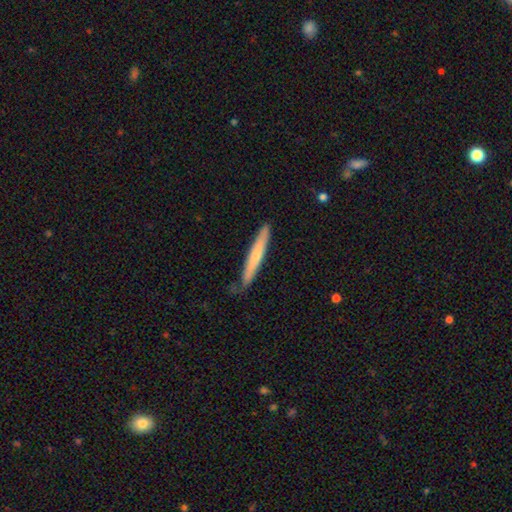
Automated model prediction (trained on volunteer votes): smooth_or_featured: smooth (p=0.60) [alt: featured or disk p=0.35]
how_rounded: cigar-shaped (p=0.96) [alt: in between p=0.03]
merging: none (p=0.79) [alt: minor disturbance p=0.16]